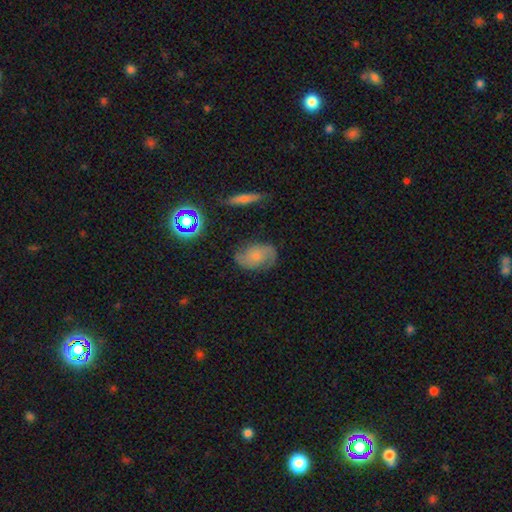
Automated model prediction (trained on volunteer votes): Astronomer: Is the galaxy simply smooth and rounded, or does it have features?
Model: featured or disk — 55% (runner-up: smooth, 35%).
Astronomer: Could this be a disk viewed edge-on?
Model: no — 95%.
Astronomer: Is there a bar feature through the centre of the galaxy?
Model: no — 74%.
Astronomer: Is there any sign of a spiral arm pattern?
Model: yes — 88%.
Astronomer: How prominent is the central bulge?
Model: small — 57%.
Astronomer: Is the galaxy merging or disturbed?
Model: none — 70%.